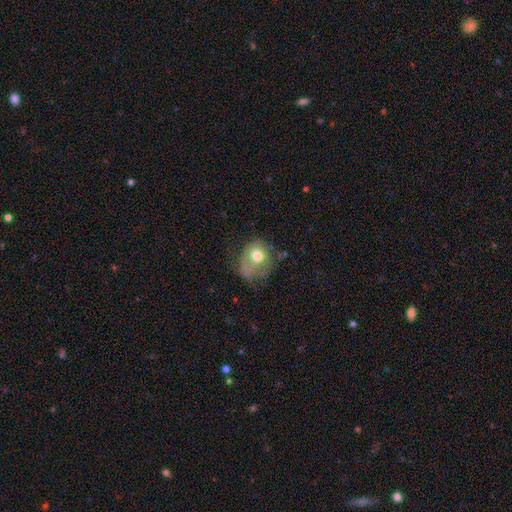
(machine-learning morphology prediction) smooth_or_featured: smooth (p=0.58) [alt: featured or disk p=0.33]
how_rounded: round (p=0.53) [alt: in between p=0.46]
merging: major disturbance (p=0.40) [alt: minor disturbance p=0.29]